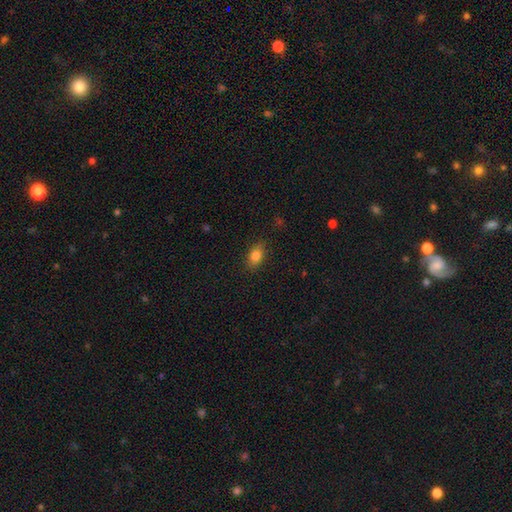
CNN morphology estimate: smooth_or_featured: smooth (p=0.82) [alt: star or artifact p=0.10]
how_rounded: in between (p=0.83) [alt: round p=0.14]
merging: none (p=0.85) [alt: minor disturbance p=0.11]